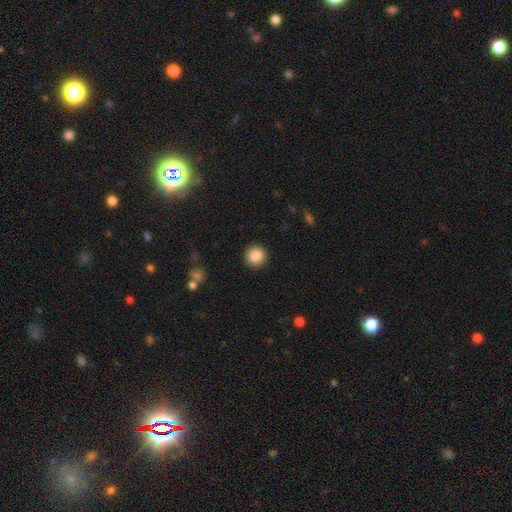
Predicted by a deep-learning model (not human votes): The model was most divided on "smooth or featured": smooth: 87%, star or artifact: 9%, featured or disk: 4%. More confident: how rounded — round (94%); merging — none (92%).